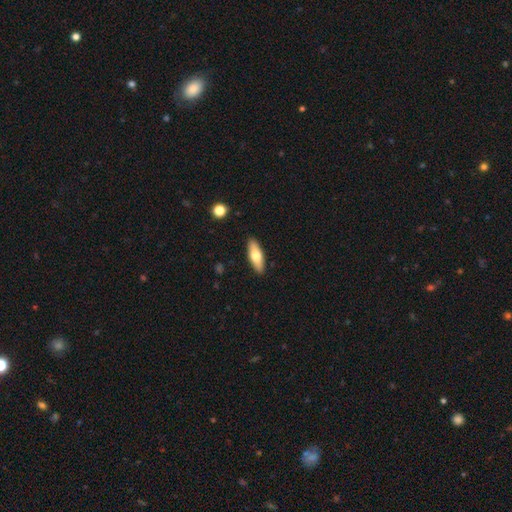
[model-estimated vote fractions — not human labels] smooth-or-featured: smooth: 66% | featured or disk: 29% | star or artifact: 6%
  how-rounded: in between: 59% | cigar-shaped: 38% | round: 2%
  merging: none: 89% | minor disturbance: 8% | major disturbance: 2% | merger: 1%